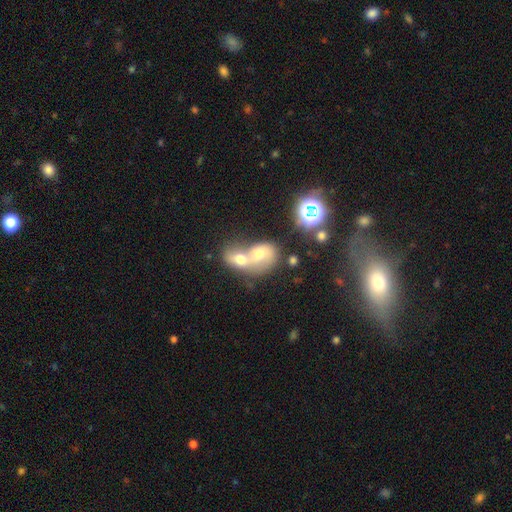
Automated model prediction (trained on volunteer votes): smooth_or_featured: smooth (p=0.49) [alt: featured or disk p=0.35]
merging: merger (p=0.78) [alt: none p=0.13]